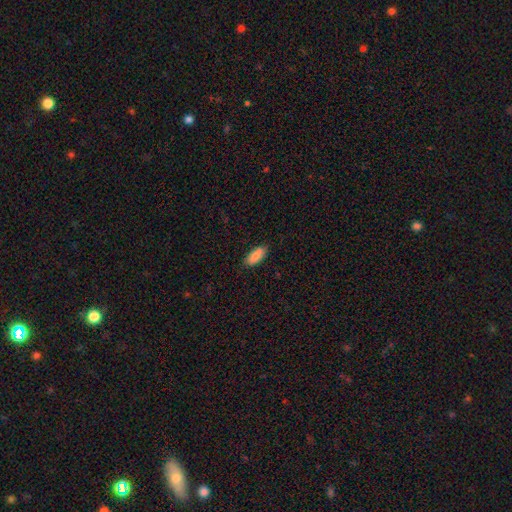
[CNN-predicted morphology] This is clearly a smooth galaxy (89%). How rounded: clearly in between (81%). Merging: clearly none (86%).